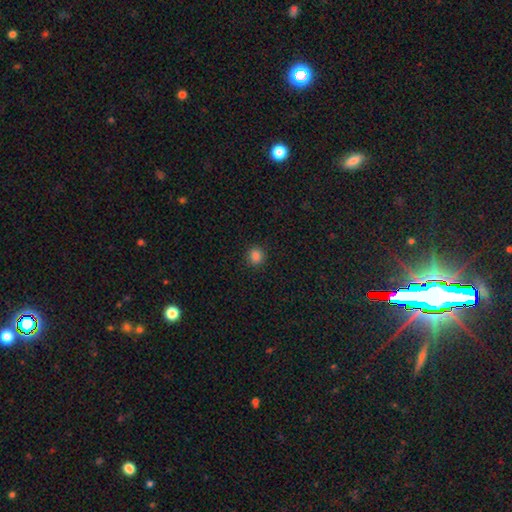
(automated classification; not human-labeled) Smooth or featured? Predicted: smooth (p=0.85). How rounded? Predicted: round (p=0.84). Merging? Predicted: none (p=0.90).